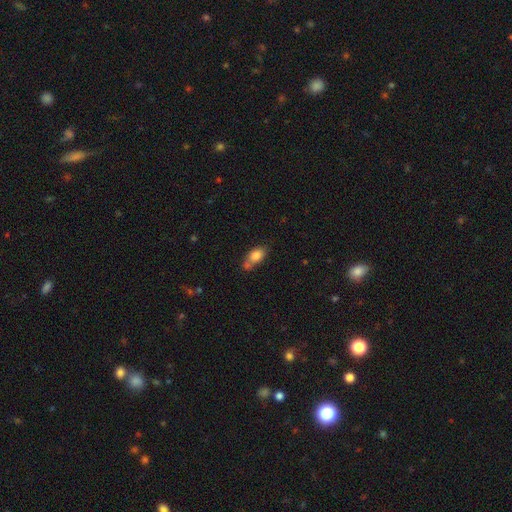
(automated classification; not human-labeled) Q: Smooth or featured?
A: smooth (80%); runner-up: featured or disk (12%)
Q: How rounded?
A: in between (80%); runner-up: round (14%)
Q: Merging?
A: none (46%); runner-up: merger (27%)